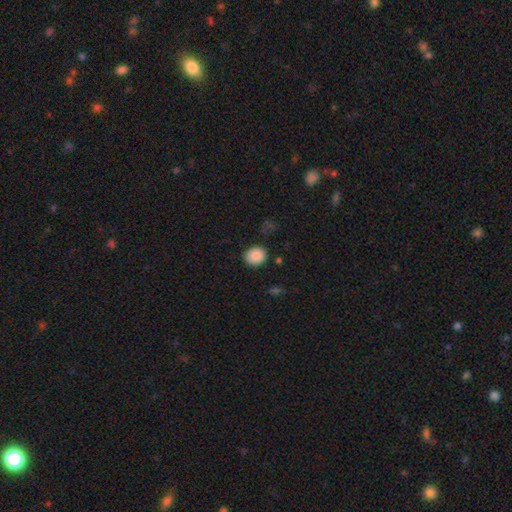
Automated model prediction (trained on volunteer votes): Q: Smooth or featured?
A: smooth (89%); runner-up: star or artifact (8%)
Q: How rounded?
A: round (65%); runner-up: in between (34%)
Q: Merging?
A: none (85%); runner-up: minor disturbance (10%)